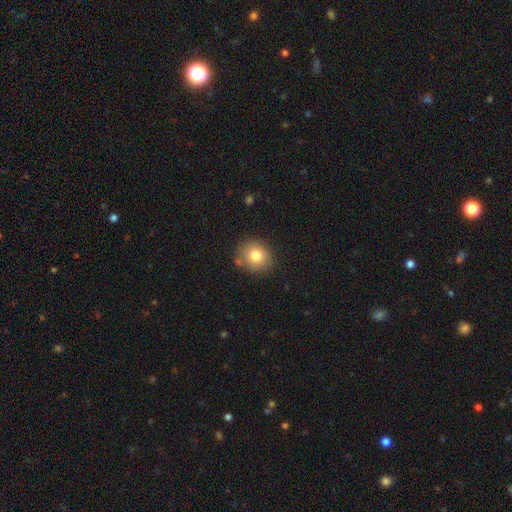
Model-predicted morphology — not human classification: A smooth galaxy with no disk features (79%) that is round (76%). Merging: none (80%).